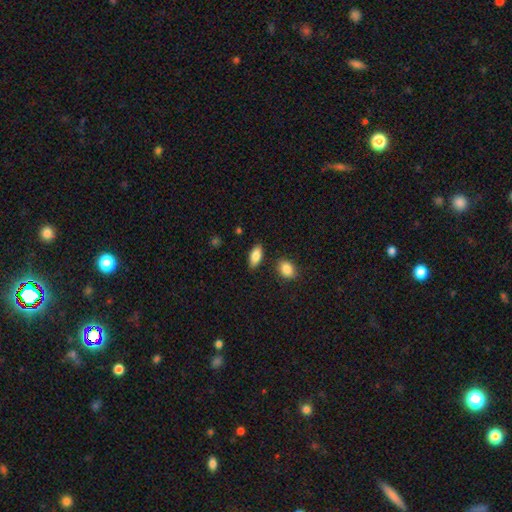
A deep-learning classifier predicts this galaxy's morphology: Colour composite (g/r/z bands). It shows a smooth galaxy with no disk features (86%) that is in between round and cigar-shaped (89%). Merging: none (83%).